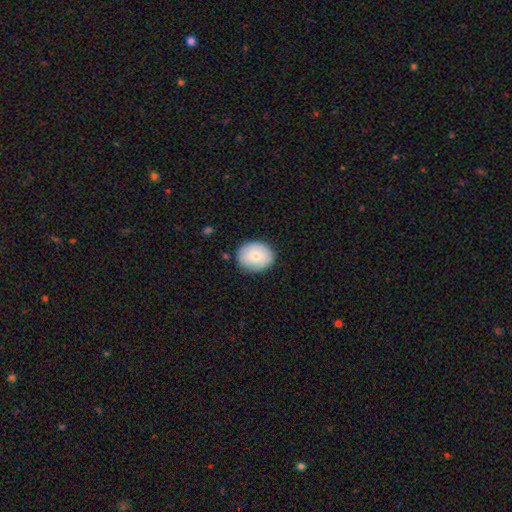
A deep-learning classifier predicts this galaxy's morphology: Smooth or featured: smooth — 76% (featured or disk — 17%)
How rounded: round — 60% (in between — 39%)
Merging: none — 82% (minor disturbance — 13%)